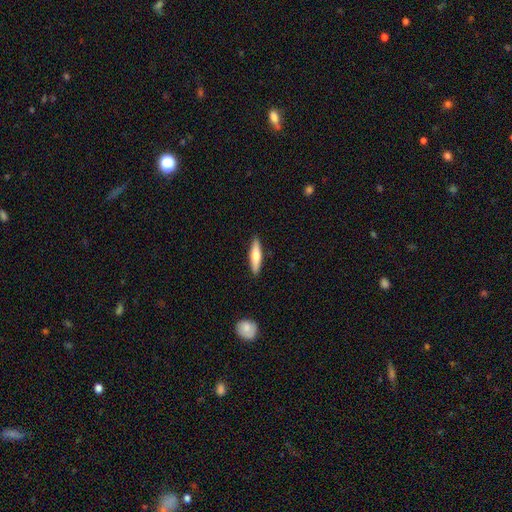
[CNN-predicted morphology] Smooth or featured? Predicted: smooth (p=0.57). How rounded? Predicted: cigar-shaped (p=0.76). Merging? Predicted: none (p=0.90).